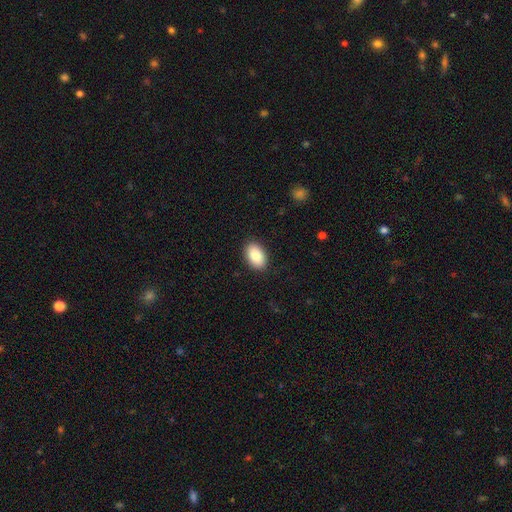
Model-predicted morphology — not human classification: Smooth or featured: smooth — 86% (featured or disk — 7%)
How rounded: in between — 91% (round — 7%)
Merging: none — 89% (minor disturbance — 8%)